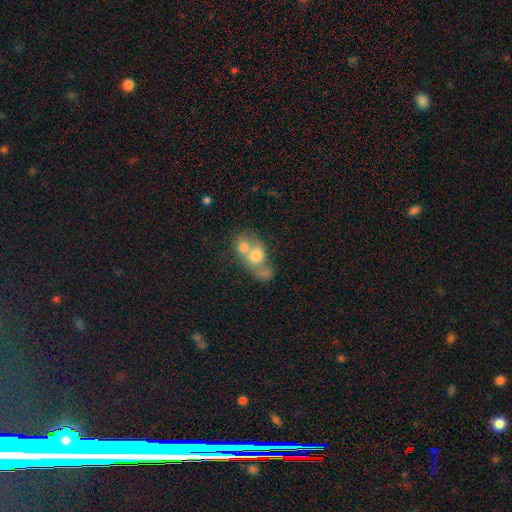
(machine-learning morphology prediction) A smooth galaxy with no disk features (62%) that is round (51%).

Vote fractions:
- Smooth or featured? smooth: 62% / featured or disk: 28% / star or artifact: 10%
- How rounded? round: 51% / in between: 46% / cigar-shaped: 3%
- Merging? merger: 75% / none: 14% / major disturbance: 6% / minor disturbance: 6%